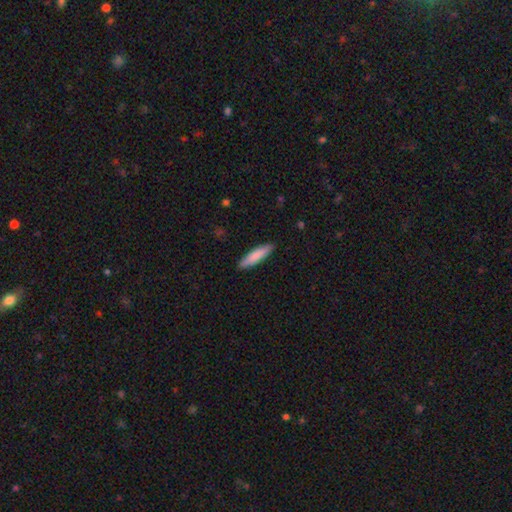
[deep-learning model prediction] The model was most divided on "how rounded": cigar-shaped: 79%, in between: 20%, round: 1%. More confident: merging — none (89%); smooth or featured — smooth (83%).